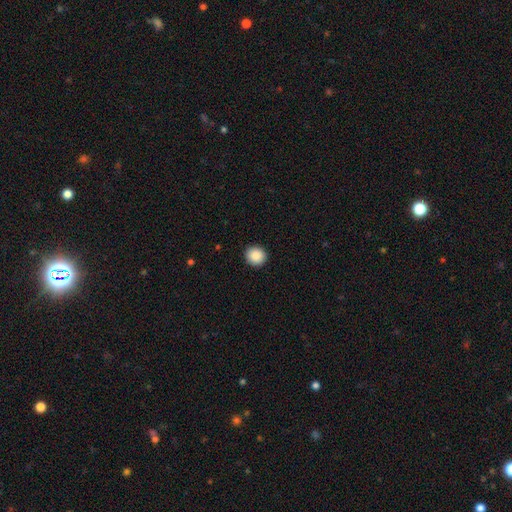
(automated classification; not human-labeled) Smooth or featured? smooth (89%)
How rounded? round (91%)
Merging? none (92%)